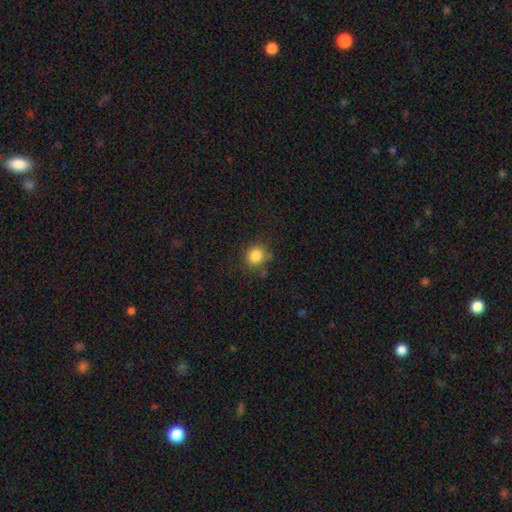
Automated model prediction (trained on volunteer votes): This appears to be a smooth galaxy with no disk features (85%) that is round (87%). Merging: none (79%).